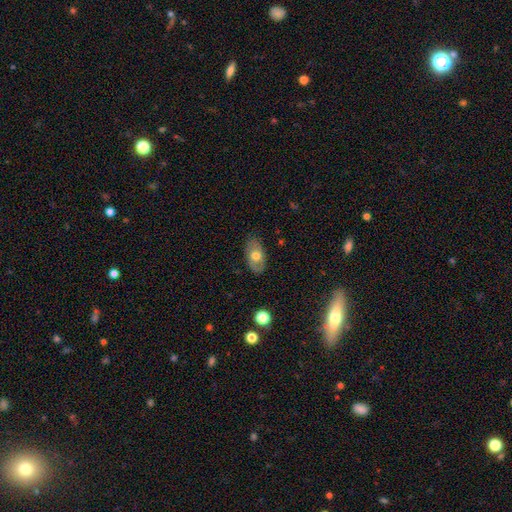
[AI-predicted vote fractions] Overall: smooth (61%; featured or disk 32%). How rounded: in between (90%). Merging: none (79%).